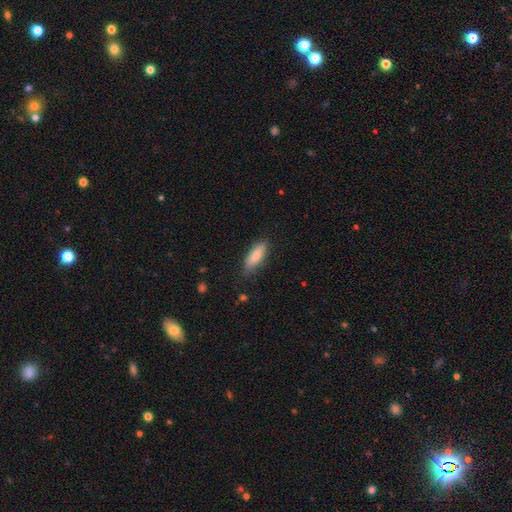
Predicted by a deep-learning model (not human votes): Morphology: type=smooth (78%); roundness=in between (64%); merging=none (78%).